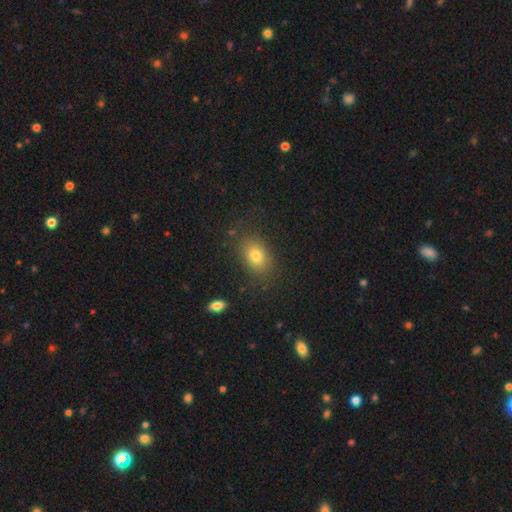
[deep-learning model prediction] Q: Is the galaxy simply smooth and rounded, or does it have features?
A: smooth — 78%.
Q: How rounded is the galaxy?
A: in between — 77%.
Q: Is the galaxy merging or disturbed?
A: none — 80%.